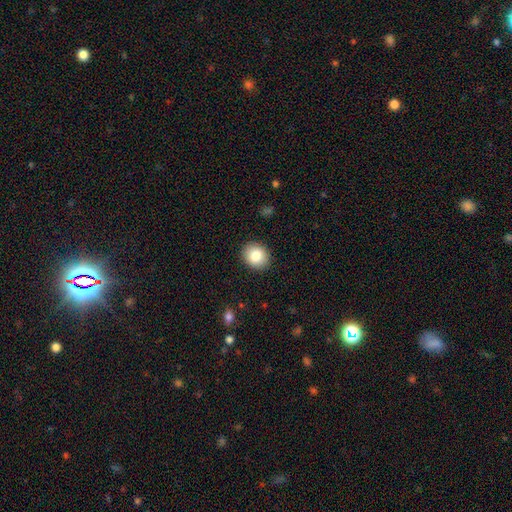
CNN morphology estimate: Overall: smooth (84%). How rounded: round (67%; in between 32%). Merging: none (91%).